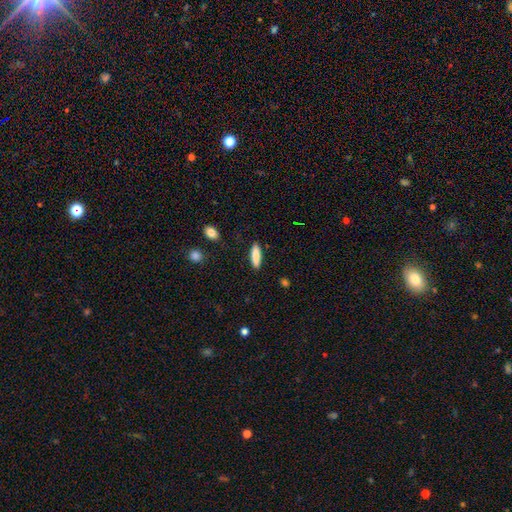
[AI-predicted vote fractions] Overall: smooth (86%). How rounded: cigar-shaped (68%; in between 30%). Merging: none (88%).